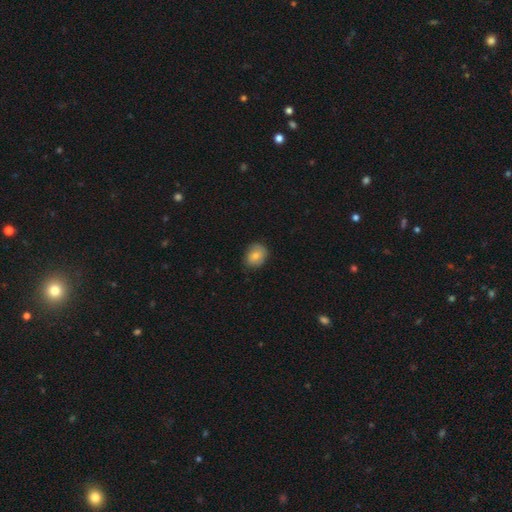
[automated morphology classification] A smooth galaxy with no disk features (76%) that is round (59%).

Vote fractions:
- Smooth or featured? smooth: 76% / featured or disk: 16% / star or artifact: 8%
- How rounded? round: 59% / in between: 40% / cigar-shaped: 1%
- Merging? none: 78% / minor disturbance: 17% / major disturbance: 3% / merger: 1%